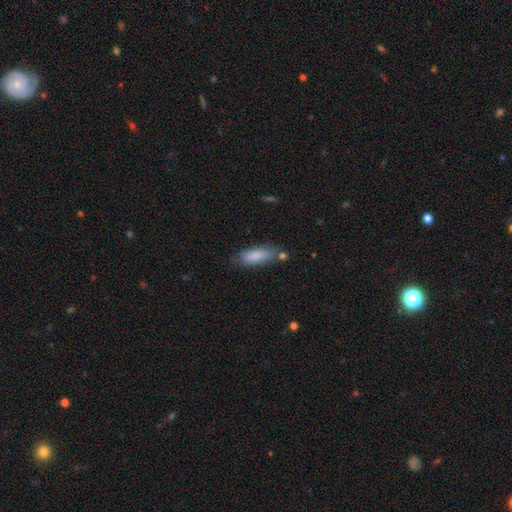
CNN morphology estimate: Overall: smooth (84%). How rounded: in between (67%; cigar-shaped 31%). Merging: none (66%).